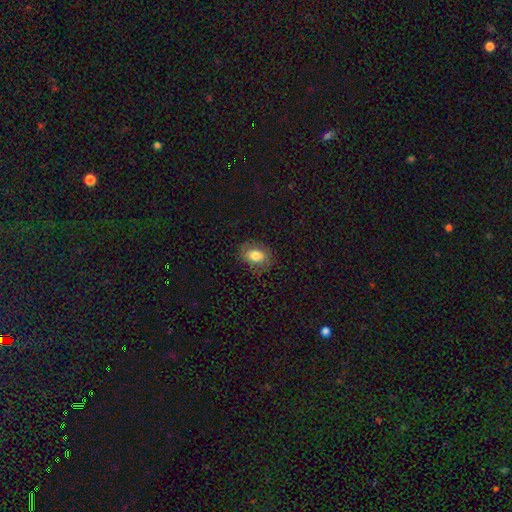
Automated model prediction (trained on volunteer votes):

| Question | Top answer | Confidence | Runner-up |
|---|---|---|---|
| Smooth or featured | smooth | 74% | featured or disk (18%) |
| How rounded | in between | 73% | round (25%) |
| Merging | none | 76% | minor disturbance (17%) |